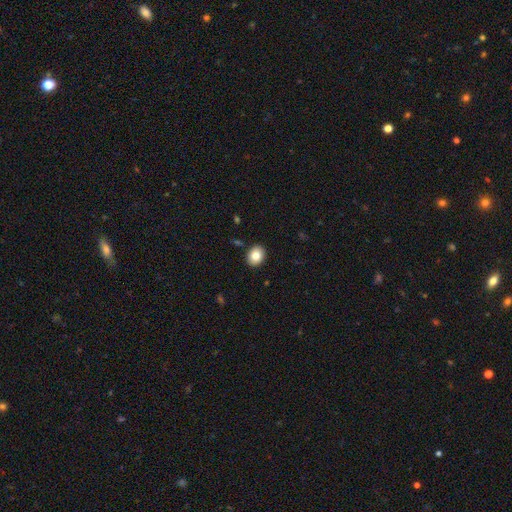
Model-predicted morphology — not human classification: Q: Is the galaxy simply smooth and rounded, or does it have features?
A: smooth — 84%.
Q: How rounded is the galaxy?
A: in between — 55%.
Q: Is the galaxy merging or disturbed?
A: none — 90%.